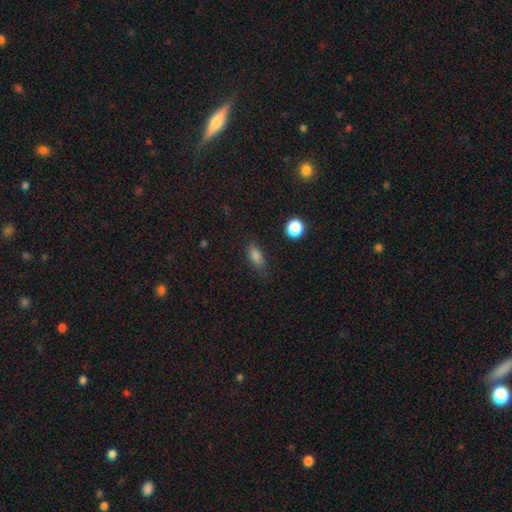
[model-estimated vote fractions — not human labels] This is clearly a smooth galaxy (81%). How rounded: likely in between (78%). Merging: likely none (77%).